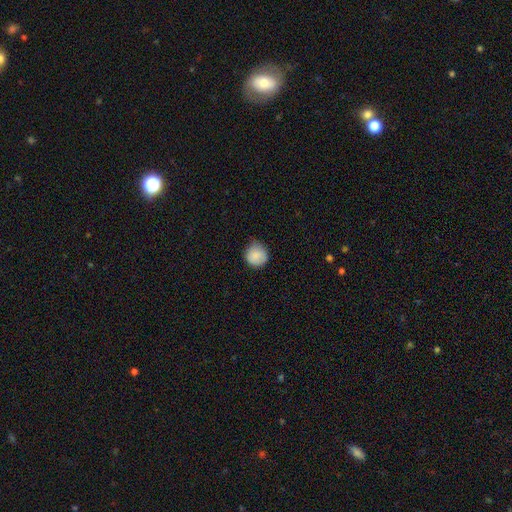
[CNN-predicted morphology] Overall: smooth (87%). How rounded: round (91%). Merging: none (72%).